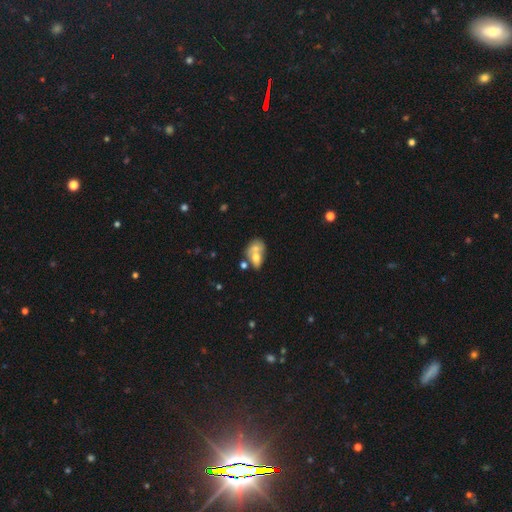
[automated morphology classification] type=smooth (57%); roundness=in between (76%); merging=merger (62%).